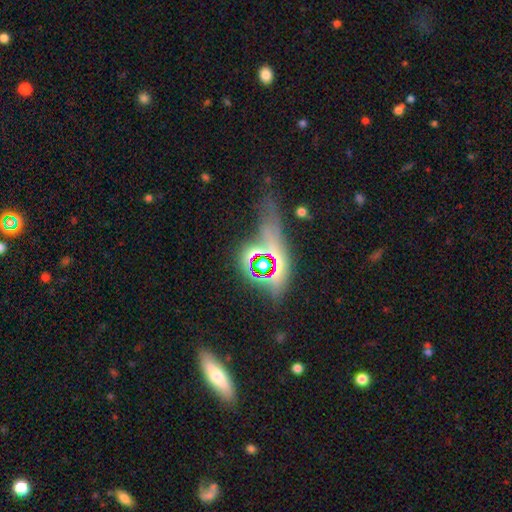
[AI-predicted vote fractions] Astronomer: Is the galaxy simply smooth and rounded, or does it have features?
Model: star or artifact — 61%.